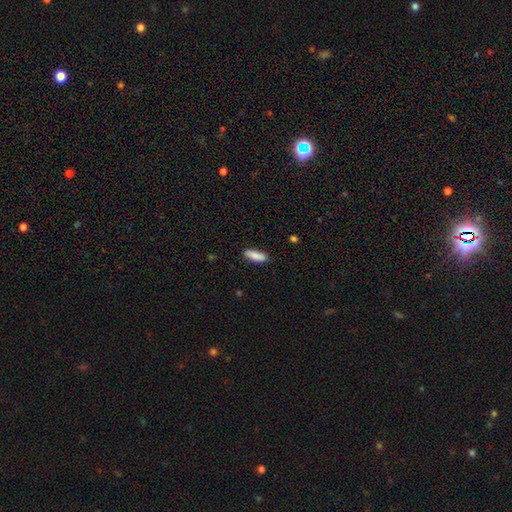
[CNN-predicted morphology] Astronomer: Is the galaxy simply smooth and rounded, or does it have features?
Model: smooth — 85%.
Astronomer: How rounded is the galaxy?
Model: in between — 50% (runner-up: cigar-shaped, 48%).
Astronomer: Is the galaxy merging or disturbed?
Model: none — 85%.